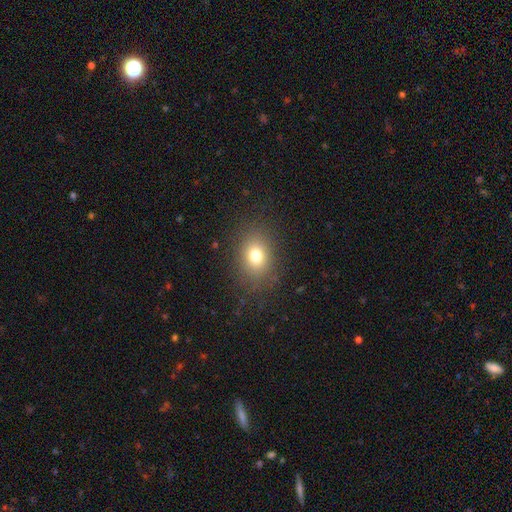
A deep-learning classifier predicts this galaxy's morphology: This appears to be a smooth galaxy with no disk features (75%) that is in between round and cigar-shaped (52%). Merging: none (85%).